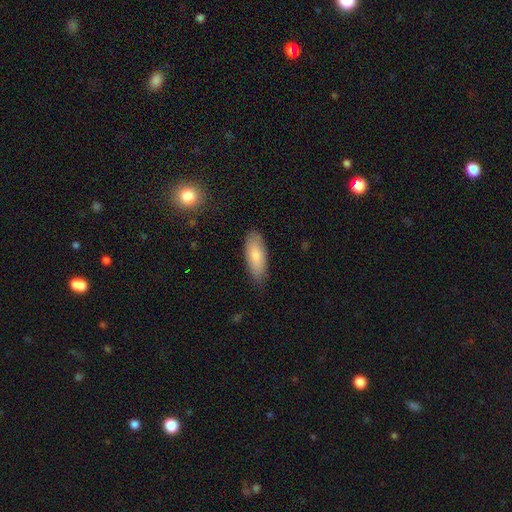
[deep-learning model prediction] The model was most divided on "how rounded": in between: 76%, cigar-shaped: 23%, round: 2%. More confident: smooth or featured — smooth (80%); merging — none (78%).